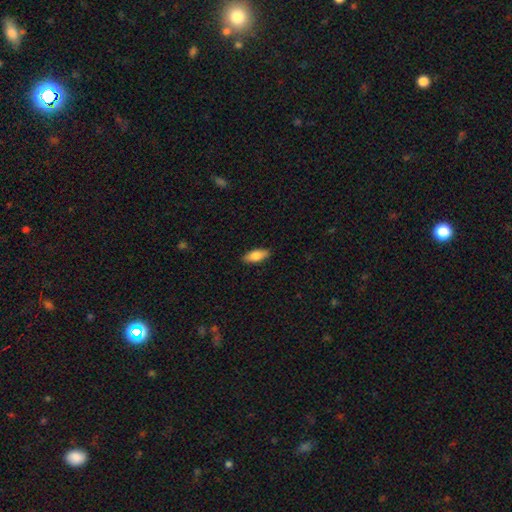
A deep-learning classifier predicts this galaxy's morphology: Smooth or featured? Predicted: smooth (p=0.80). How rounded? Predicted: in between (p=0.81). Merging? Predicted: none (p=0.88).